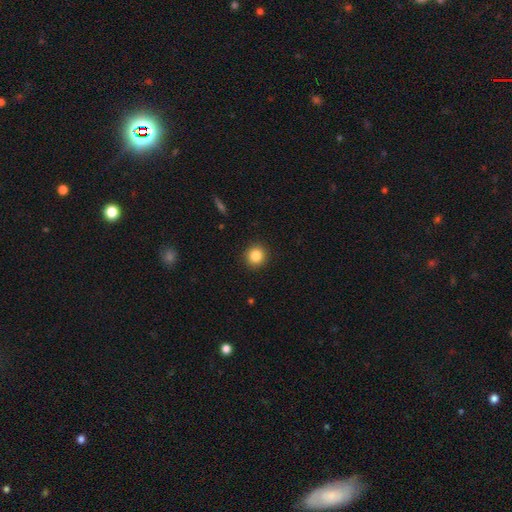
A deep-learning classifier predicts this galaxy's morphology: Smooth or featured?
  - smooth: 84% *
  - star or artifact: 10%
  - featured or disk: 6%
How rounded?
  - round: 92% *
  - in between: 8%
  - cigar-shaped: 1%
Merging?
  - none: 92% *
  - minor disturbance: 5%
  - major disturbance: 2%
  - merger: 1%